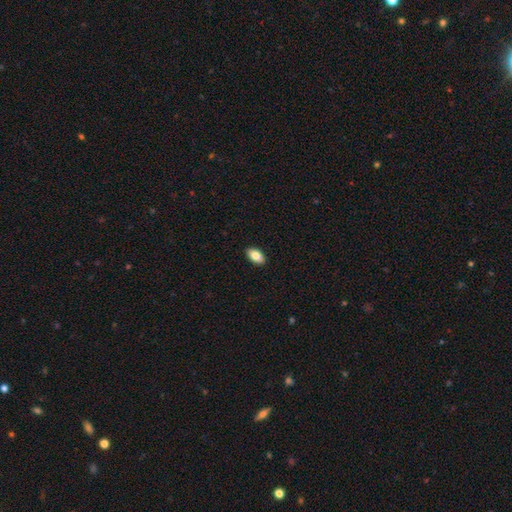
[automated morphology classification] smooth 84%, featured or disk 9%, star or artifact 7%. Down the decision tree: how rounded — in between (93%); merging — none (91%).